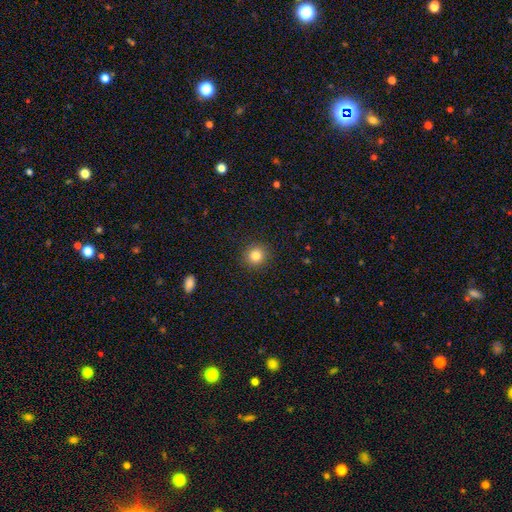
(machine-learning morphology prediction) Smooth or featured? smooth (83%)
How rounded? round (92%)
Merging? none (91%)